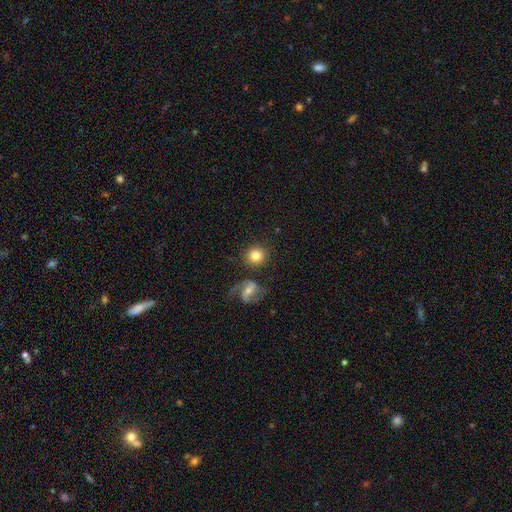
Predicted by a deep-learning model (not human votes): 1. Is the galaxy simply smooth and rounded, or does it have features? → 78% smooth, 14% featured or disk, 8% star or artifact.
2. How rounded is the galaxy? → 89% round, 10% in between, 1% cigar-shaped.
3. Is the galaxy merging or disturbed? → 78% none, 9% minor disturbance, 8% merger, 4% major disturbance.